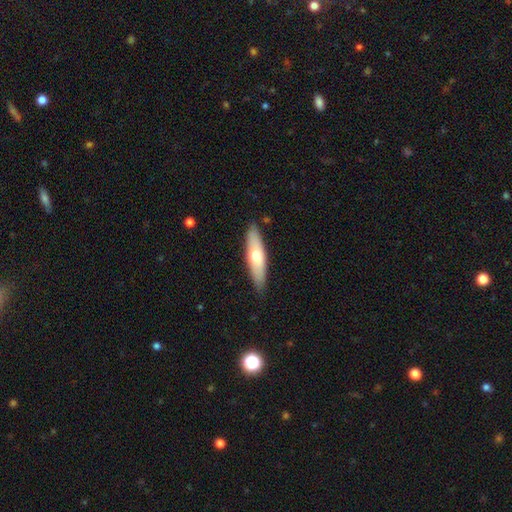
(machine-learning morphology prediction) The model was most divided on "smooth or featured": smooth: 56%, featured or disk: 39%, star or artifact: 5%. More confident: merging — none (86%); how rounded — cigar-shaped (62%).